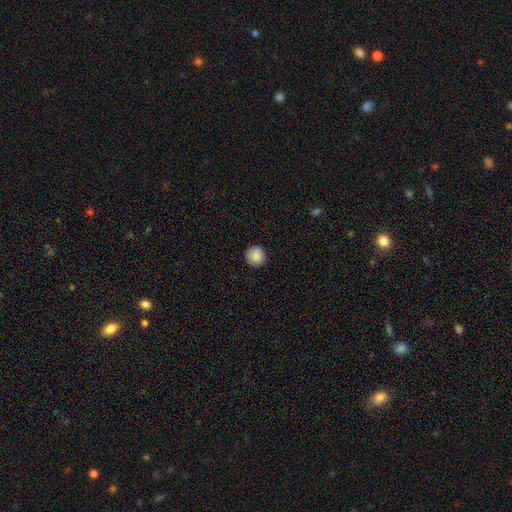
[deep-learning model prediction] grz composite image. It shows a smooth galaxy with no disk features (88%) that is round (95%). Merging: none (90%).